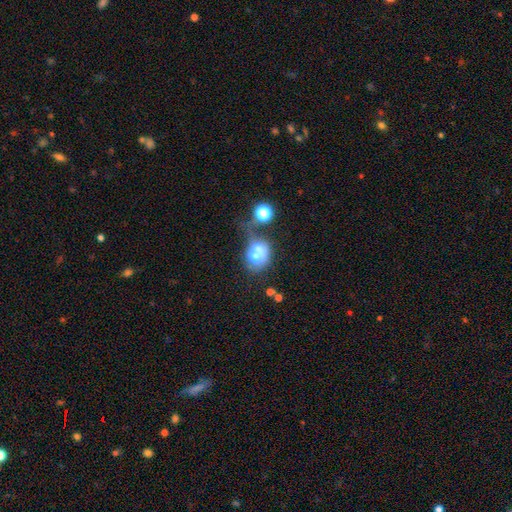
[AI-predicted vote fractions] Smooth or featured: smooth — 65% (featured or disk — 24%)
How rounded: round — 60% (in between — 39%)
Merging: merger — 55% (none — 21%)